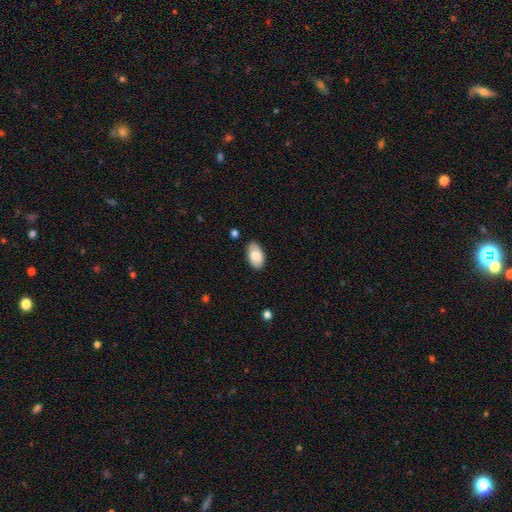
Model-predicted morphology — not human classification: Smooth or featured? smooth (82%)
How rounded? in between (95%)
Merging? none (82%)